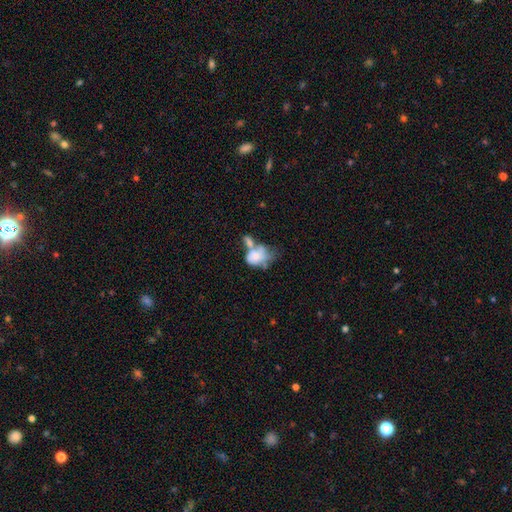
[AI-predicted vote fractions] This is likely a smooth galaxy (61%). How rounded: likely in between (76%). Merging: possibly merger (52%).